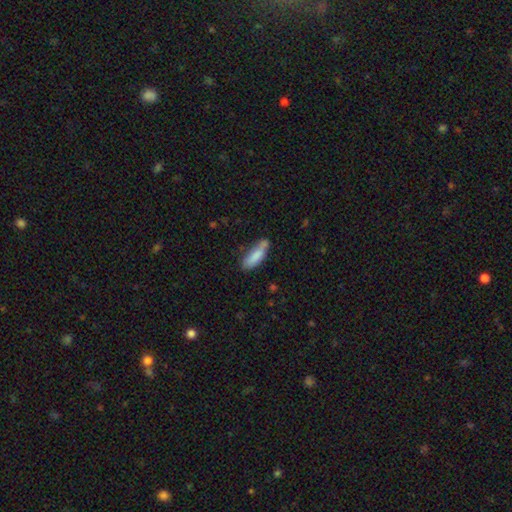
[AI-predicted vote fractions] This appears to be a smooth galaxy with no disk features (82%) that is in between round and cigar-shaped (50%). Merging: none (61%).